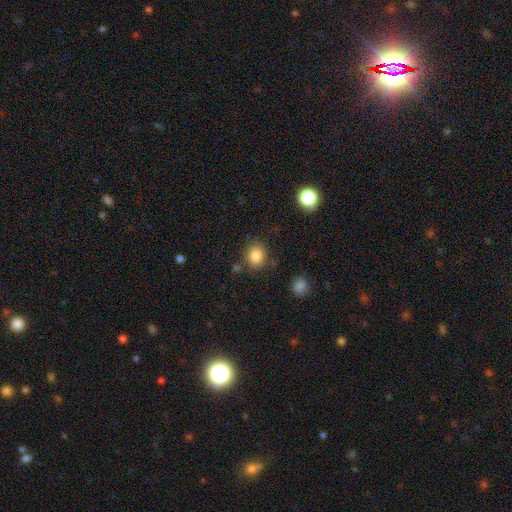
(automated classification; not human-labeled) A smooth galaxy with no disk features (84%) that is round (71%). Merging: none (79%).